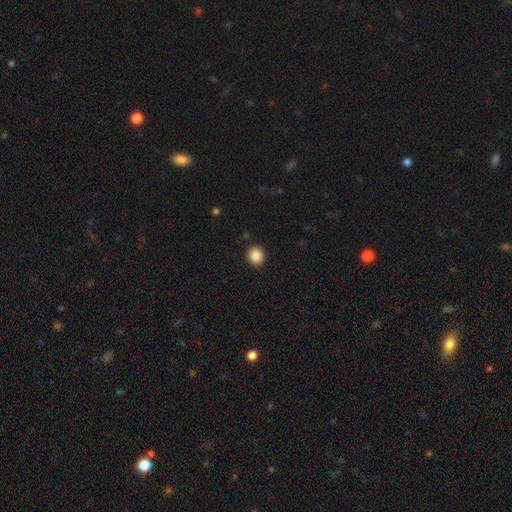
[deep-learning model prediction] The model was most divided on "how rounded": round: 77%, in between: 22%, cigar-shaped: 1%. More confident: merging — none (91%); smooth or featured — smooth (86%).